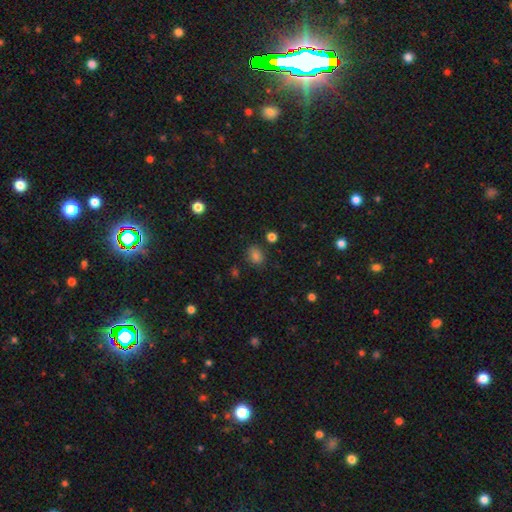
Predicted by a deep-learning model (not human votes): A smooth galaxy with no disk features (78%) that is in between round and cigar-shaped (53%). Merging: none (81%).